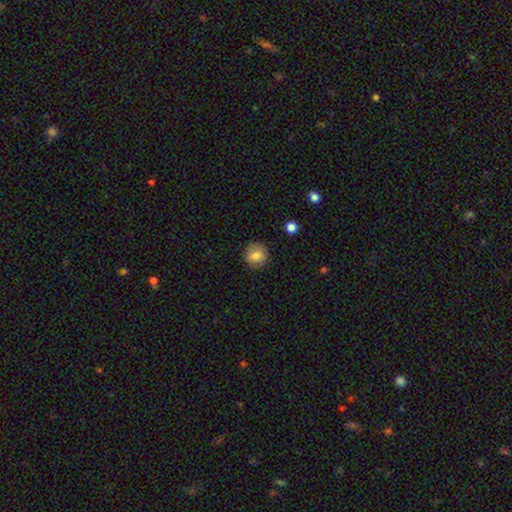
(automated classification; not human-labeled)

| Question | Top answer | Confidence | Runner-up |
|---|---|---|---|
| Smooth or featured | smooth | 81% | featured or disk (10%) |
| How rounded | round | 87% | in between (12%) |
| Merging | none | 86% | minor disturbance (11%) |